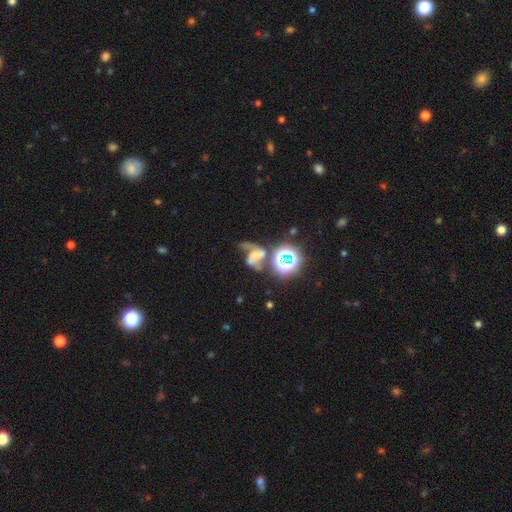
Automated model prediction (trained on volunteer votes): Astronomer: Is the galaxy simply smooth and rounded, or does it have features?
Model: featured or disk — 63%.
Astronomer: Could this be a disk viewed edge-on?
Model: no — 97%.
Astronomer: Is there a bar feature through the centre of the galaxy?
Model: no — 51% (runner-up: weak, 31%).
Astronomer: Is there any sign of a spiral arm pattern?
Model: yes — 86%.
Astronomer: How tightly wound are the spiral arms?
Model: loose — 64%.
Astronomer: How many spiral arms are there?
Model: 2 — 76%.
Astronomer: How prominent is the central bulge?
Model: moderate — 37% (runner-up: small, 32%).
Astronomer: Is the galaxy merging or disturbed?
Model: none — 30%, tied with merger at 30%.